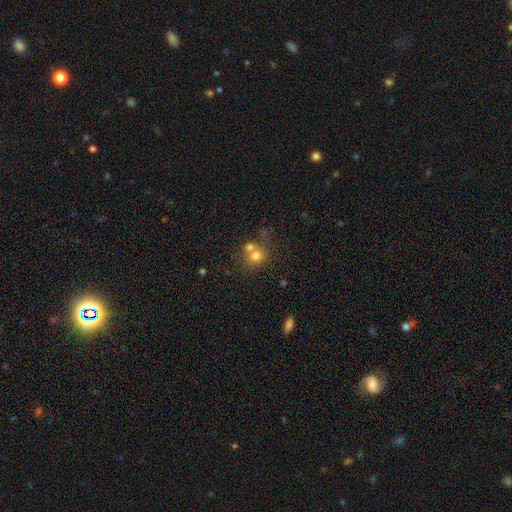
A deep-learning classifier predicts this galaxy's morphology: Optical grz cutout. It shows a smooth galaxy with no disk features (71%) that is round (78%). Merging: merger (45%).